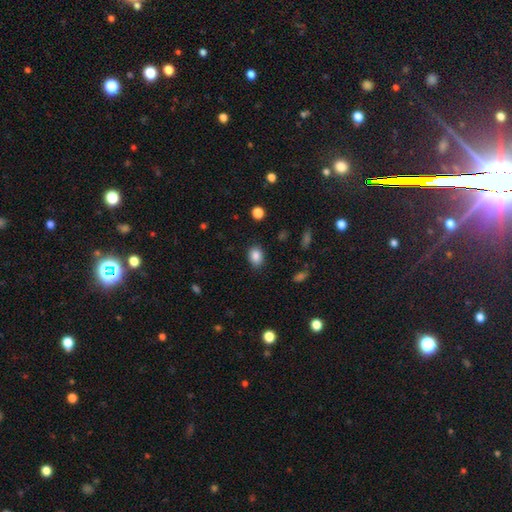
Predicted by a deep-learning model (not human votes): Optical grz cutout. It shows a smooth galaxy with no disk features (86%) that is in between round and cigar-shaped (73%). Merging: none (85%).